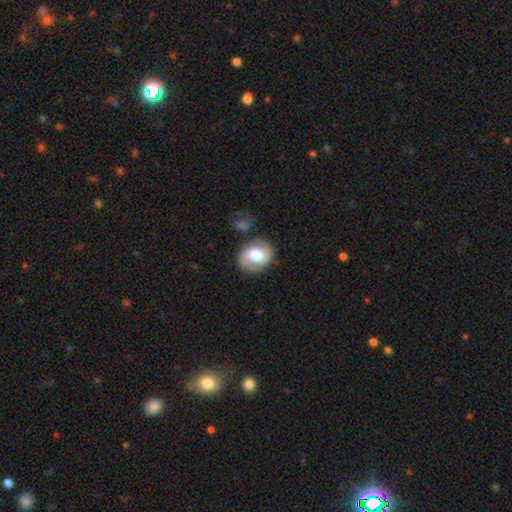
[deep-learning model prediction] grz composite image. It shows a featured or disk galaxy (52%). Merging: none (77%).